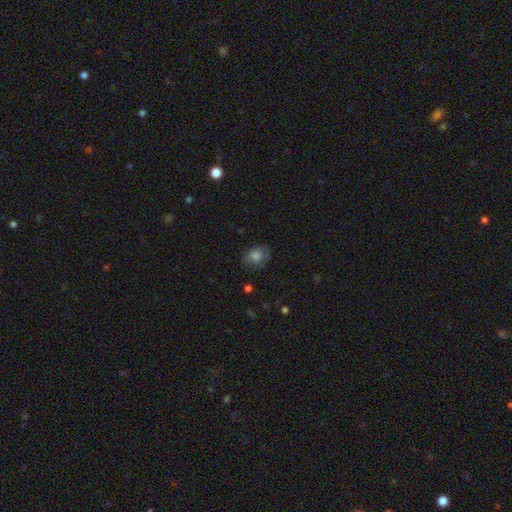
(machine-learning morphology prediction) smooth 68%, featured or disk 20%, star or artifact 12%. Down the decision tree: how rounded — in between (55%); merging — none (68%).